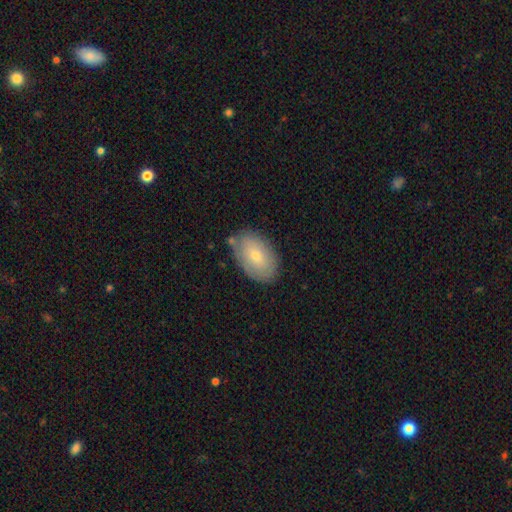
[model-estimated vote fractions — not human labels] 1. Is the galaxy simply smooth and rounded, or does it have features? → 69% smooth, 25% featured or disk, 6% star or artifact.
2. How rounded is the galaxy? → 92% in between, 7% round, 1% cigar-shaped.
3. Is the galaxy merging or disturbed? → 77% none, 16% minor disturbance, 4% major disturbance, 3% merger.